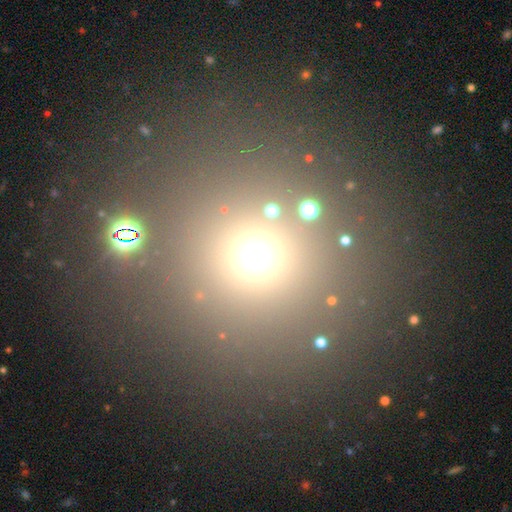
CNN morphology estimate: Smooth or featured: smooth — 56% (star or artifact — 36%)
How rounded: round — 93% (in between — 6%)
Merging: none — 82% (minor disturbance — 7%)